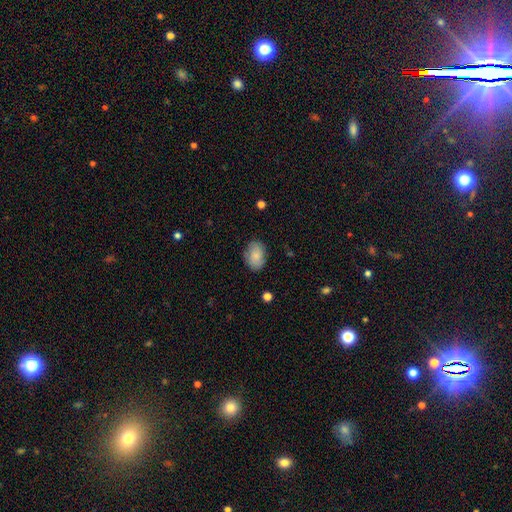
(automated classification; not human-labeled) Smooth or featured? smooth (76%)
How rounded? in between (78%)
Merging? none (80%)